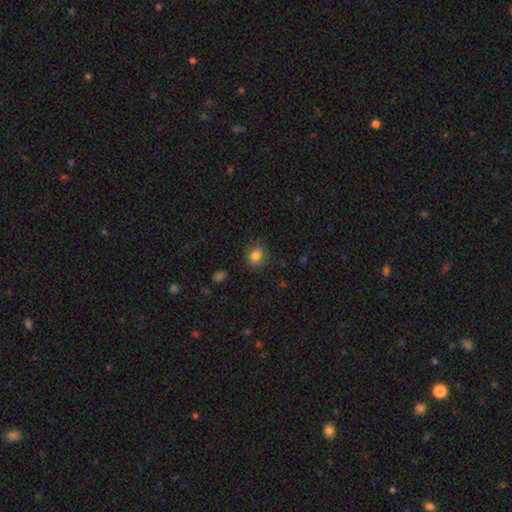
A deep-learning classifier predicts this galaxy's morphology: type=smooth (84%); roundness=round (76%); merging=none (86%).